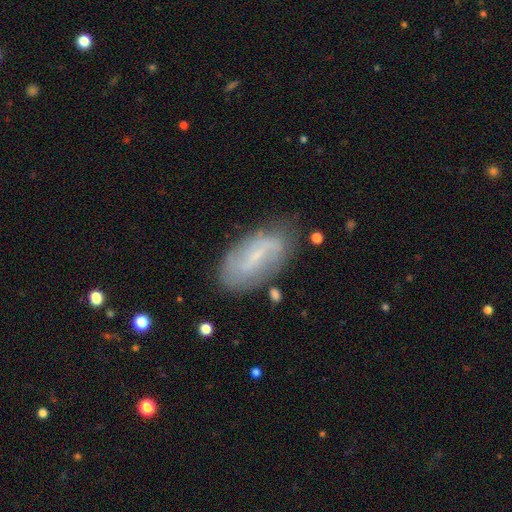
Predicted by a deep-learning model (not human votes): Overall: featured or disk (63%; smooth 29%). Edge-on disk: no (93%). Bar: weak (50%; strong 26%). Spiral arms: yes (78%). Bulge size: small (70%). Merging: none (74%).